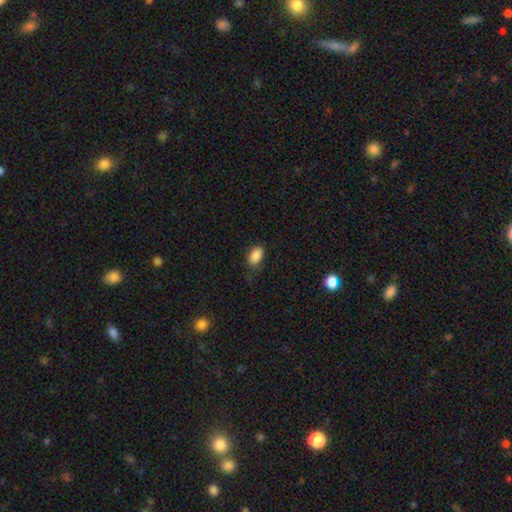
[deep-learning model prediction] A smooth galaxy with no disk features (88%) that is in between round and cigar-shaped (89%). Merging: none (68%).